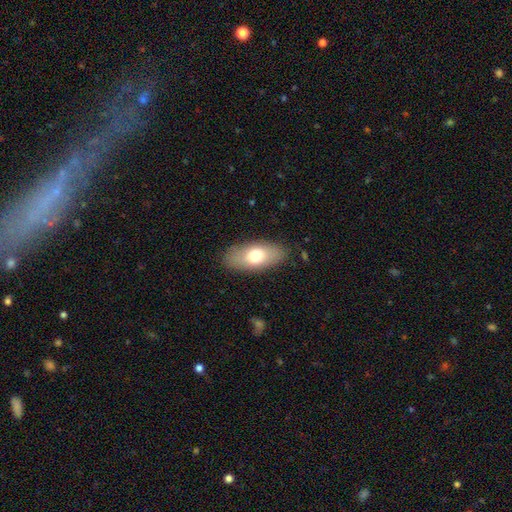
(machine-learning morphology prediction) Smooth or featured: smooth — 71% (featured or disk — 23%)
How rounded: in between — 87% (cigar-shaped — 9%)
Merging: none — 85% (minor disturbance — 11%)